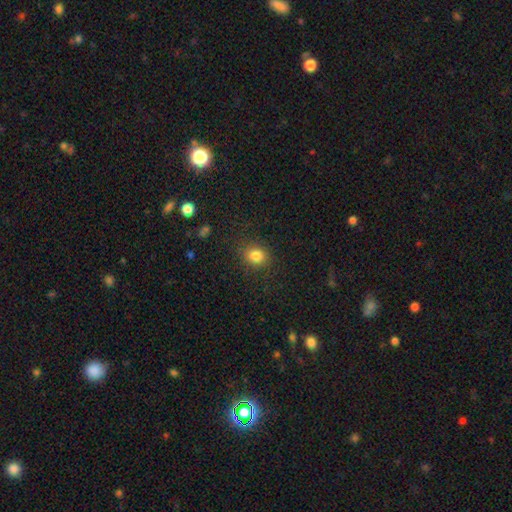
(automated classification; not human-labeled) Smooth or featured? smooth (83%)
How rounded? round (68%)
Merging? none (85%)